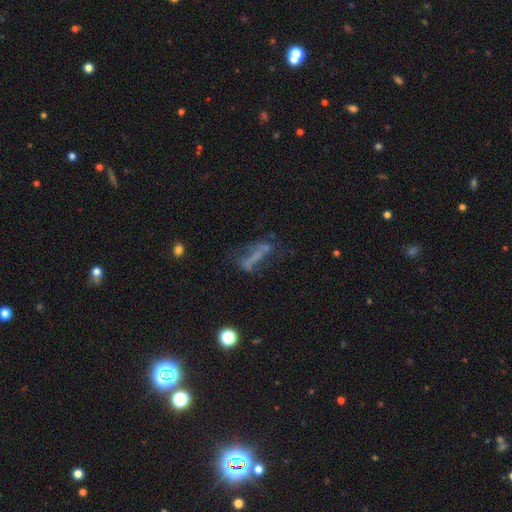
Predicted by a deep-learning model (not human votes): Smooth or featured: featured or disk — 47% (smooth — 33%)
Merging: none — 42% (major disturbance — 29%)